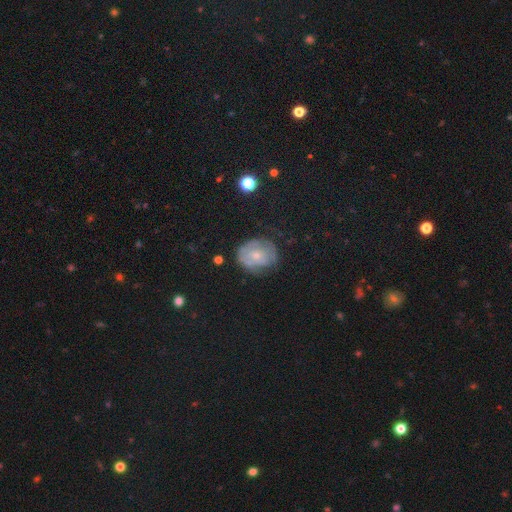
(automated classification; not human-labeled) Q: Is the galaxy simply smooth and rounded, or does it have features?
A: featured or disk — 48%.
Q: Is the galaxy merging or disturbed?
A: none — 61%.